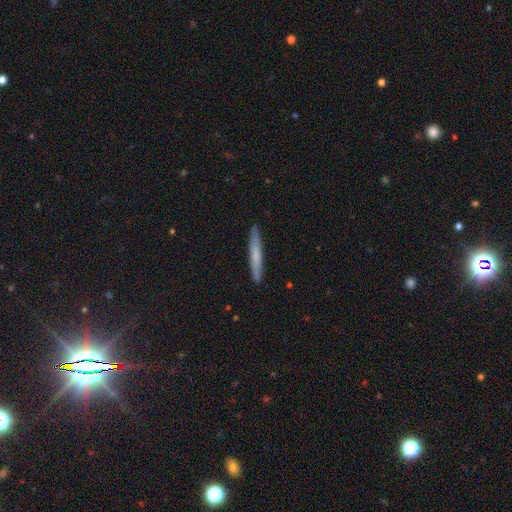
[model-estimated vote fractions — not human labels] Smooth or featured?
  - smooth: 63% *
  - featured or disk: 32%
  - star or artifact: 6%
How rounded?
  - cigar-shaped: 96% *
  - in between: 3%
  - round: 1%
Merging?
  - none: 90% *
  - minor disturbance: 7%
  - major disturbance: 1%
  - merger: 1%